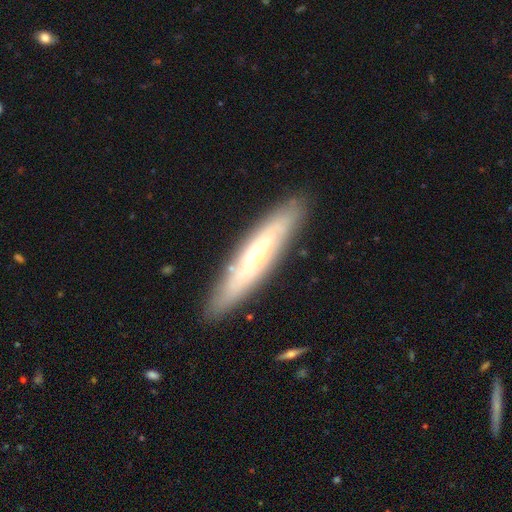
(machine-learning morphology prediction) A featured or disk galaxy (55%) viewed edge-on (60%). Merging: none (87%).